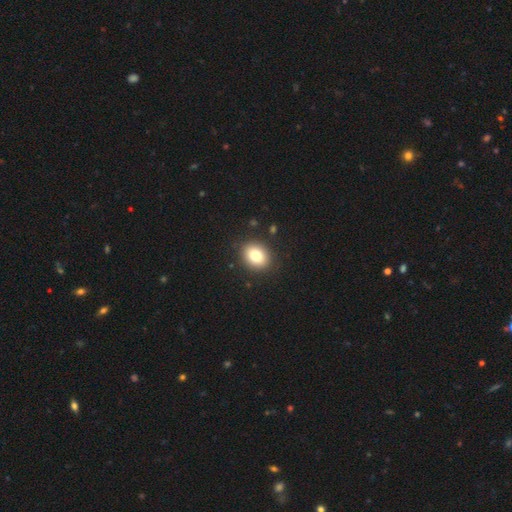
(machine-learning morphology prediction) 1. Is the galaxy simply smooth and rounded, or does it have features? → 81% smooth, 10% star or artifact, 9% featured or disk.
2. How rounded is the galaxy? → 50% round, 49% in between, 1% cigar-shaped.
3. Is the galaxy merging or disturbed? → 89% none, 7% minor disturbance, 2% major disturbance, 1% merger.